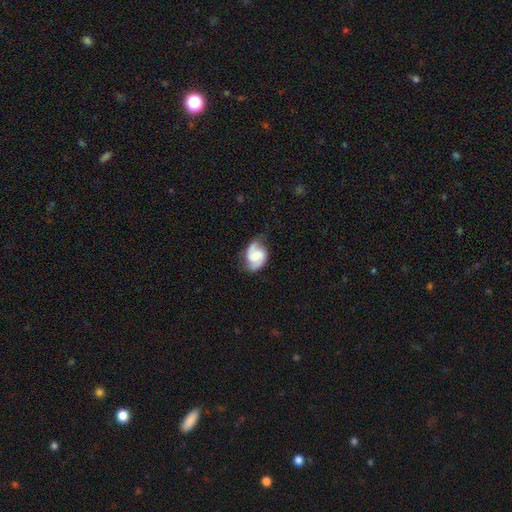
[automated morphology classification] This appears to be a featured or disk galaxy (72%) with no bar (45%), 2 (87%) medium (47%) spiral arms (94%) and no central bulge (28%, tied with small). Merging: none (63%).